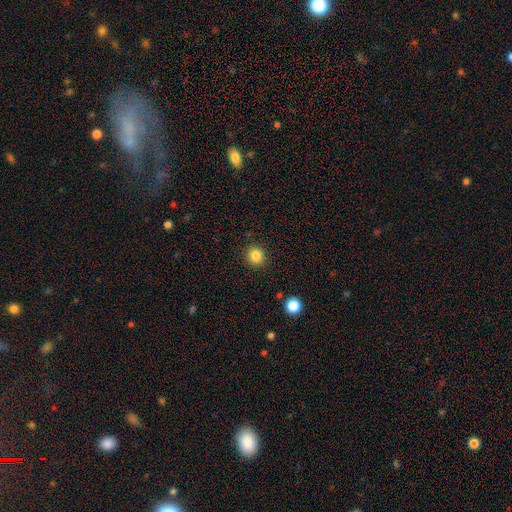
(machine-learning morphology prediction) Q: Smooth or featured?
A: smooth (84%); runner-up: star or artifact (12%)
Q: How rounded?
A: round (92%); runner-up: in between (7%)
Q: Merging?
A: none (91%); runner-up: minor disturbance (5%)